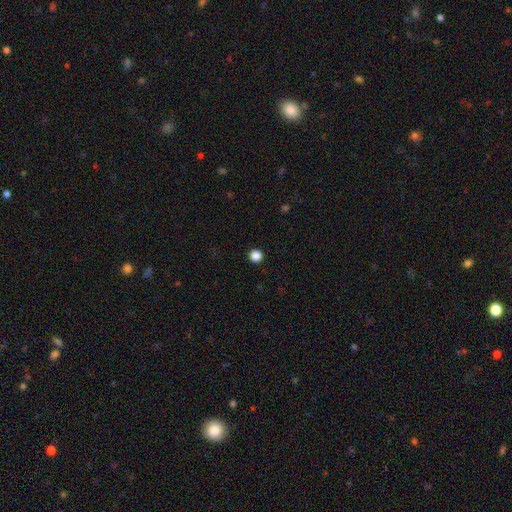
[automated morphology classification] A smooth galaxy with no disk features (86%) that is round (96%).

Vote fractions:
- Smooth or featured? smooth: 86% / star or artifact: 11% / featured or disk: 3%
- How rounded? round: 96% / in between: 3% / cigar-shaped: 1%
- Merging? none: 94% / minor disturbance: 4% / major disturbance: 1% / merger: 1%